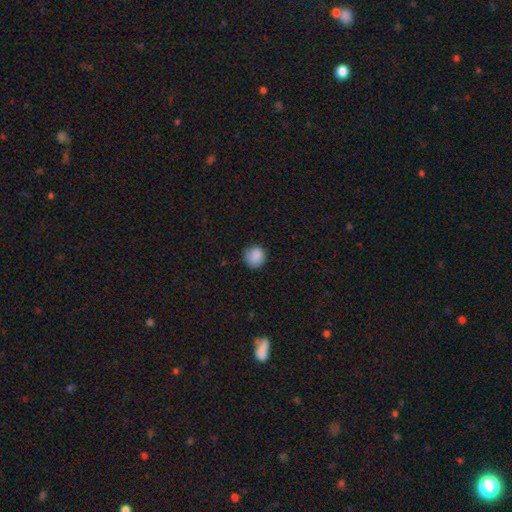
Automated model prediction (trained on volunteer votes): smooth-or-featured: smooth: 87% | star or artifact: 8% | featured or disk: 4%
  how-rounded: round: 89% | in between: 10% | cigar-shaped: 1%
  merging: none: 82% | minor disturbance: 14% | major disturbance: 3% | merger: 1%